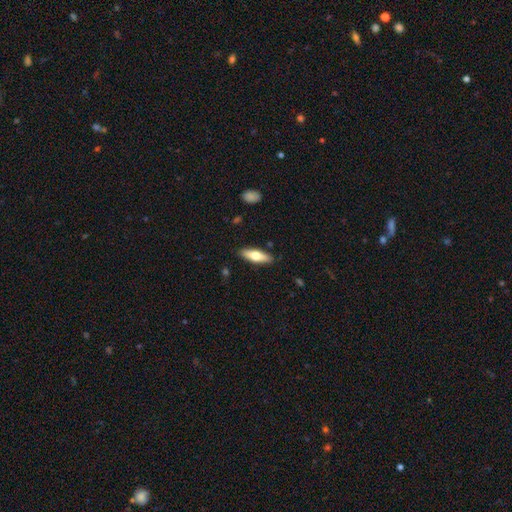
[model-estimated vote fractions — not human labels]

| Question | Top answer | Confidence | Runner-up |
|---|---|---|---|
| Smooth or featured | smooth | 60% | featured or disk (34%) |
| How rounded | in between | 52% | cigar-shaped (45%) |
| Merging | none | 88% | minor disturbance (9%) |